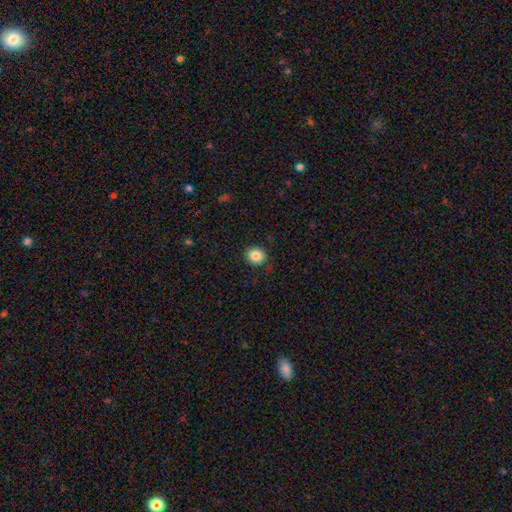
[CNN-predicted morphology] smooth-or-featured: smooth: 86% | star or artifact: 9% | featured or disk: 4%
  how-rounded: round: 83% | in between: 16% | cigar-shaped: 1%
  merging: none: 89% | minor disturbance: 8% | major disturbance: 2% | merger: 1%